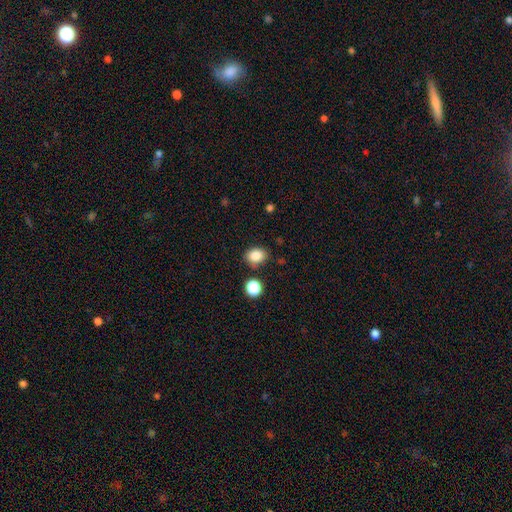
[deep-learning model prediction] The model was most divided on "how rounded": in between: 52%, round: 47%, cigar-shaped: 1%. More confident: smooth or featured — smooth (85%); merging — none (80%).